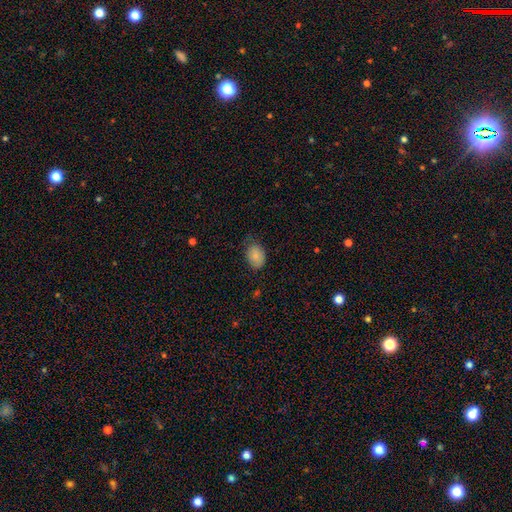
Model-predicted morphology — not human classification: Smooth or featured: smooth — 84% (featured or disk — 8%)
How rounded: in between — 78% (round — 21%)
Merging: none — 58% (minor disturbance — 33%)